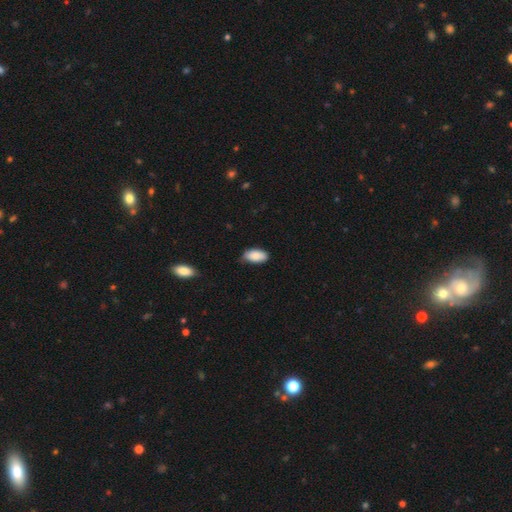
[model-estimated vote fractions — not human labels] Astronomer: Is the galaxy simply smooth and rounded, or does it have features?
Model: smooth — 88%.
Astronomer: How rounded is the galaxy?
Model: in between — 94%.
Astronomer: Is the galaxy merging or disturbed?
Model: none — 68%.